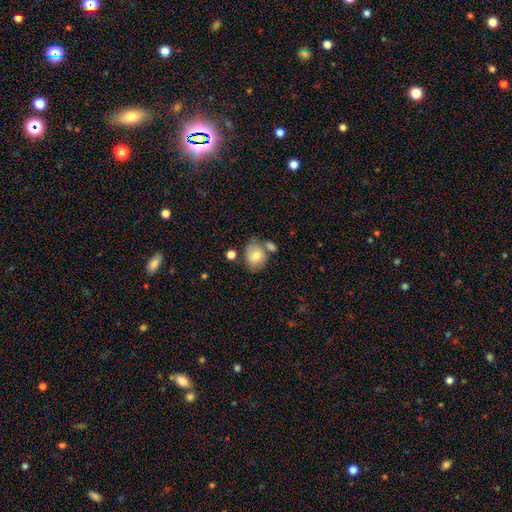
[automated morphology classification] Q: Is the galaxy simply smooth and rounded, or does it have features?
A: smooth — 74%.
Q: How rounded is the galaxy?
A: round — 56%.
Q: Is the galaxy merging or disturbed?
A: none — 53%.